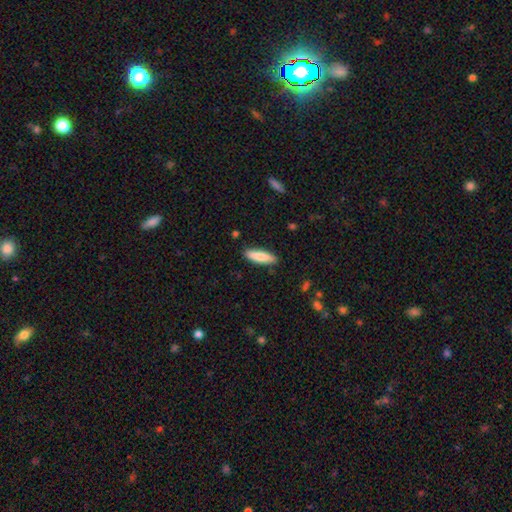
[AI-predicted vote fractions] Smooth or featured: smooth — 82% (featured or disk — 12%)
How rounded: cigar-shaped — 68% (in between — 31%)
Merging: none — 87% (minor disturbance — 10%)